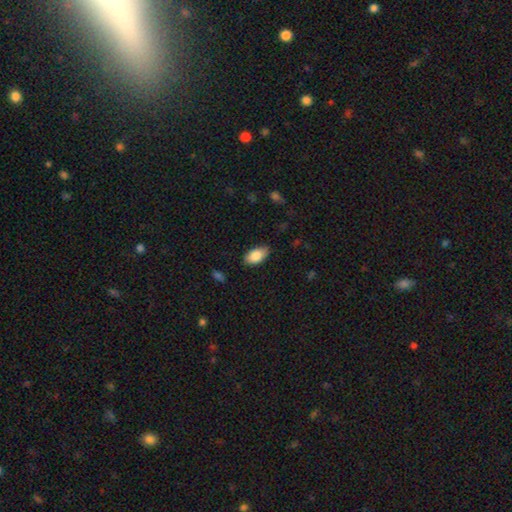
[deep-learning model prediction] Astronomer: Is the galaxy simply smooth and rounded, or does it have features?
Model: smooth — 86%.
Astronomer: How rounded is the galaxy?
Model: in between — 94%.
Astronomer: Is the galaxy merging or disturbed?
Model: none — 83%.